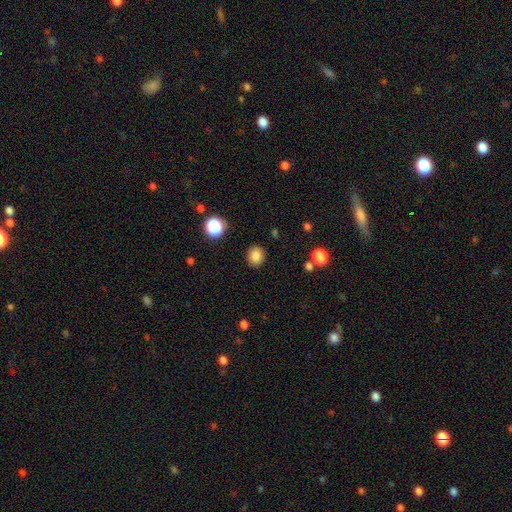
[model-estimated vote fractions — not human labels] Overall: smooth (84%). How rounded: round (68%; in between 31%). Merging: none (88%).